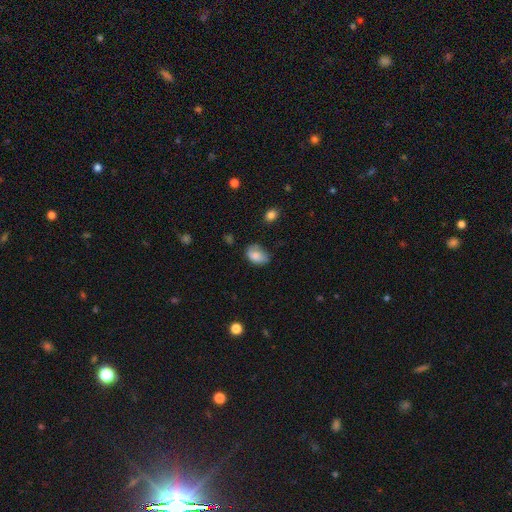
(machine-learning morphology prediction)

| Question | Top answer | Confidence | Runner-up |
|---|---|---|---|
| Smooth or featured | smooth | 80% | featured or disk (11%) |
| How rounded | in between | 82% | round (17%) |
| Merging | none | 54% | minor disturbance (33%) |